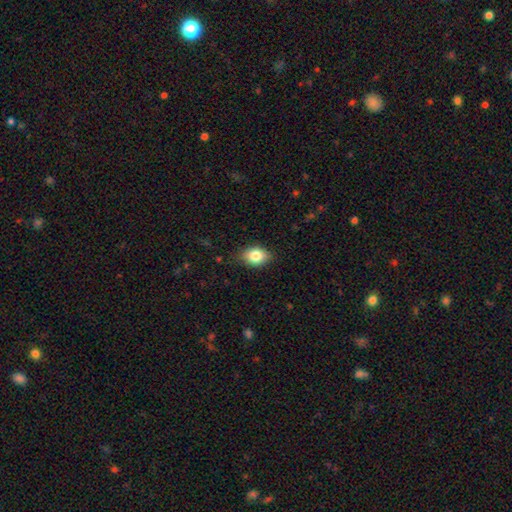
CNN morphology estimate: Q: Smooth or featured?
A: smooth (82%); runner-up: featured or disk (10%)
Q: How rounded?
A: in between (69%); runner-up: round (30%)
Q: Merging?
A: none (79%); runner-up: minor disturbance (16%)